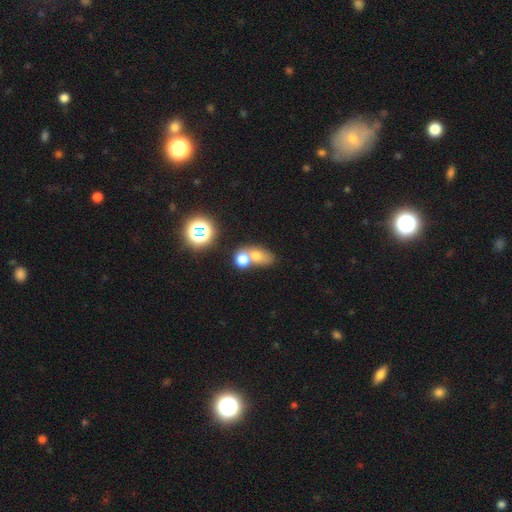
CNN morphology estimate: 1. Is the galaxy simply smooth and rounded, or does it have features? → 67% smooth, 17% star or artifact, 16% featured or disk.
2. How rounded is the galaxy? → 59% in between, 38% round, 2% cigar-shaped.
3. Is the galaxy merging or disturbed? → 56% merger, 31% none, 8% minor disturbance, 5% major disturbance.